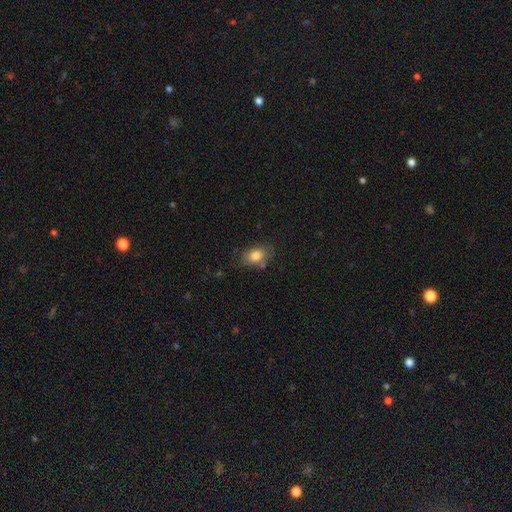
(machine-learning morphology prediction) Q: Smooth or featured?
A: smooth (81%); runner-up: featured or disk (11%)
Q: How rounded?
A: in between (80%); runner-up: round (19%)
Q: Merging?
A: none (72%); runner-up: minor disturbance (18%)